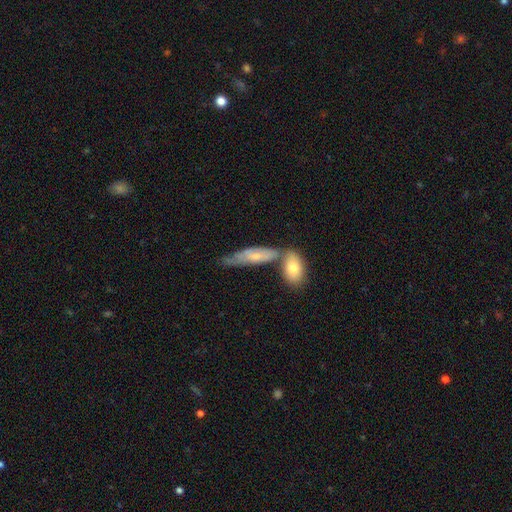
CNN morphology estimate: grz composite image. It shows a smooth galaxy with no disk features (59%) that is in between round and cigar-shaped (51%). Merging: none (34%, tied with merger).